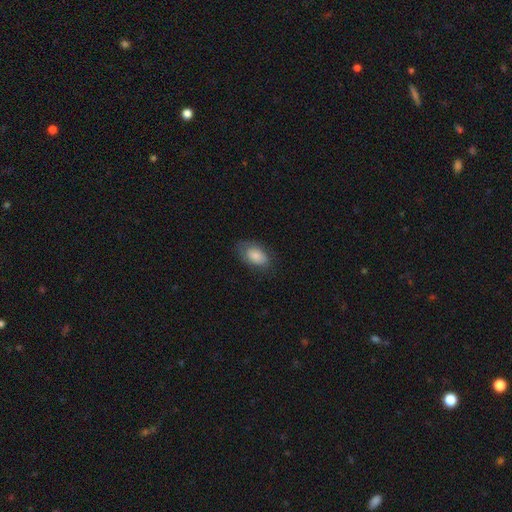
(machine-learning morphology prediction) This is clearly a smooth galaxy (81%). How rounded: clearly in between (91%). Merging: likely none (68%).